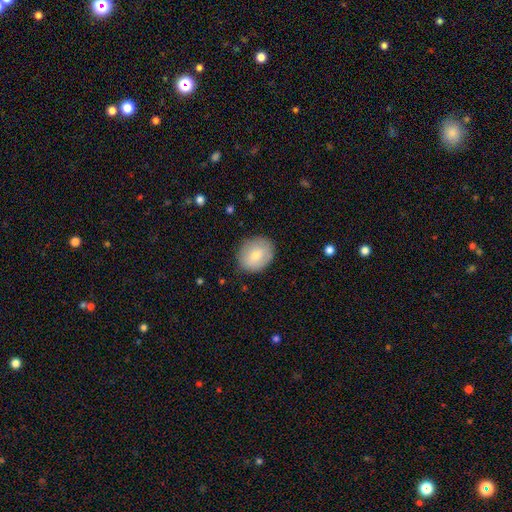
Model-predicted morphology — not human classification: Smooth or featured?
  - smooth: 72% *
  - featured or disk: 22%
  - star or artifact: 7%
How rounded?
  - round: 60% *
  - in between: 39%
  - cigar-shaped: 1%
Merging?
  - none: 83% *
  - minor disturbance: 12%
  - major disturbance: 3%
  - merger: 1%